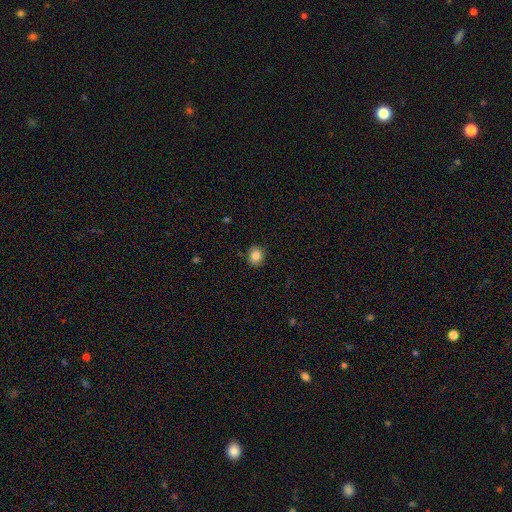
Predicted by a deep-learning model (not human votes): Smooth or featured?
  - smooth: 84% *
  - star or artifact: 9%
  - featured or disk: 6%
How rounded?
  - round: 65% *
  - in between: 34%
  - cigar-shaped: 1%
Merging?
  - none: 87% *
  - minor disturbance: 10%
  - major disturbance: 2%
  - merger: 1%